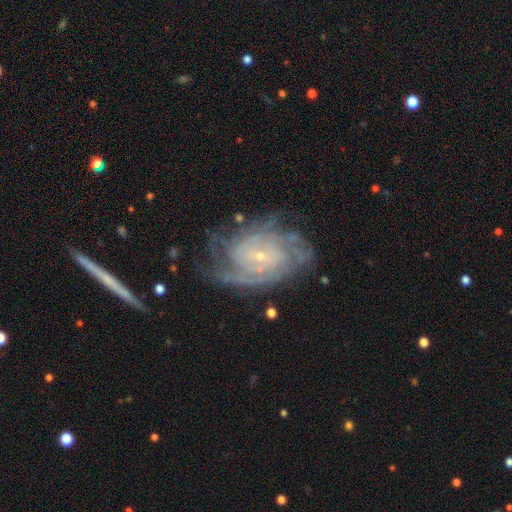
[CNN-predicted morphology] smooth_or_featured: featured or disk (p=0.83) [alt: smooth p=0.08]
disk_edge_on: no (p=0.96) [alt: yes p=0.04]
bar: no (p=0.61) [alt: weak p=0.31]
has_spiral_arms: yes (p=0.94) [alt: no p=0.06]
spiral_winding: tight (p=0.63) [alt: medium p=0.29]
spiral_arm_count: can't tell (p=0.38) [alt: 2 p=0.17]
bulge_size: small (p=0.82) [alt: moderate p=0.13]
merging: none (p=0.69) [alt: minor disturbance p=0.19]